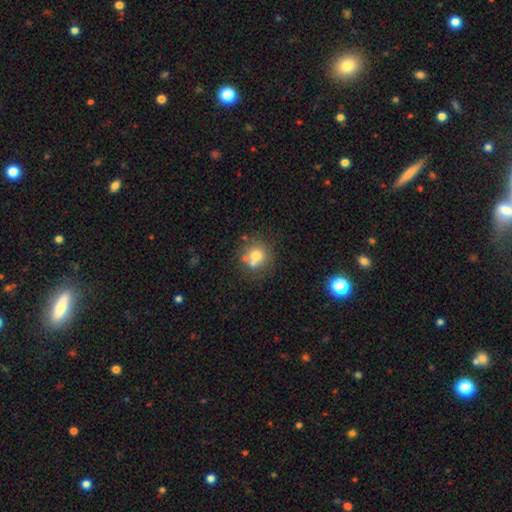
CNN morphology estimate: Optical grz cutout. It shows a smooth galaxy with no disk features (70%) that is round (89%). Merging: none (61%).